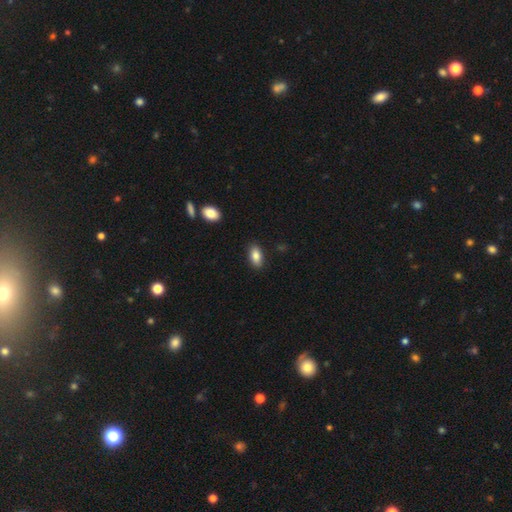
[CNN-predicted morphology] This appears to be a smooth galaxy with no disk features (86%) that is in between round and cigar-shaped (92%). Merging: none (88%).